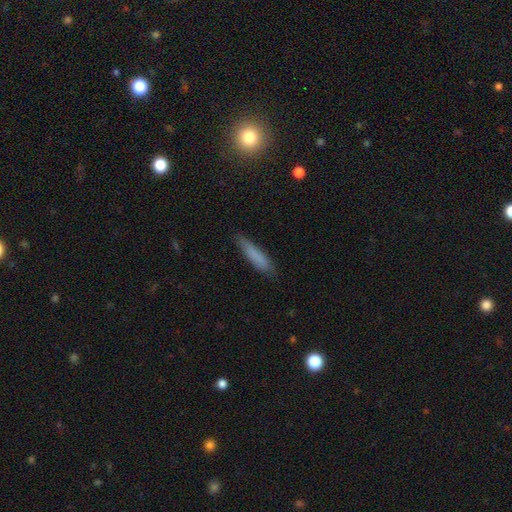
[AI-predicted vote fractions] Q: Smooth or featured?
A: smooth (79%); runner-up: featured or disk (13%)
Q: How rounded?
A: cigar-shaped (85%); runner-up: in between (14%)
Q: Merging?
A: none (81%); runner-up: minor disturbance (15%)